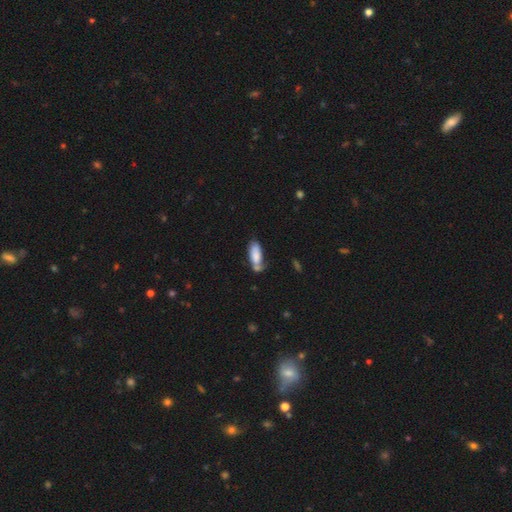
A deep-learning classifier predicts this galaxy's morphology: Smooth or featured?
  - smooth: 79% *
  - featured or disk: 14%
  - star or artifact: 7%
How rounded?
  - in between: 76% *
  - cigar-shaped: 22%
  - round: 2%
Merging?
  - none: 41% *
  - merger: 26%
  - minor disturbance: 23%
  - major disturbance: 10%